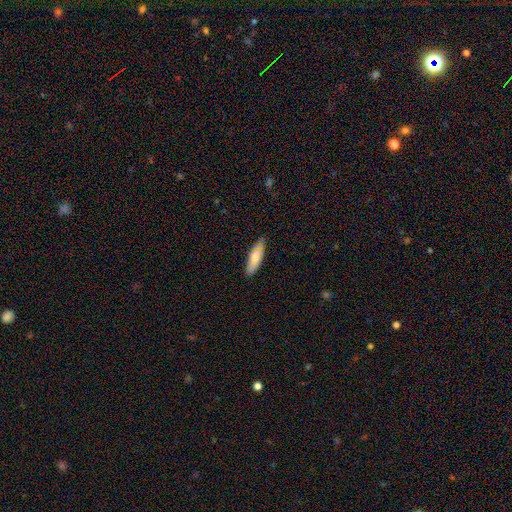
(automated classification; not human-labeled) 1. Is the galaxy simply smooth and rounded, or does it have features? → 72% smooth, 22% featured or disk, 6% star or artifact.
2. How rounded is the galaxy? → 52% cigar-shaped, 46% in between, 2% round.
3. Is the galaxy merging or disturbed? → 81% none, 16% minor disturbance, 2% major disturbance, 1% merger.